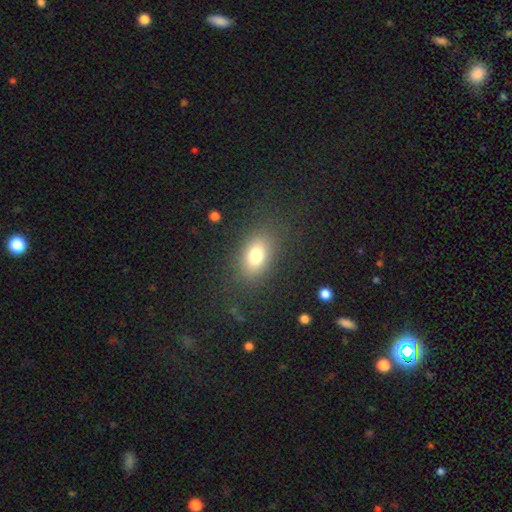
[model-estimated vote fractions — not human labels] Morphology: type=smooth (77%); roundness=in between (81%); merging=none (82%).